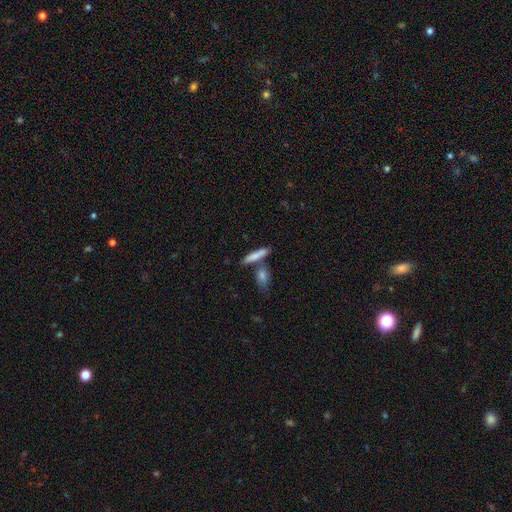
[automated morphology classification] Smooth or featured: smooth — 73% (featured or disk — 21%)
How rounded: cigar-shaped — 79% (in between — 18%)
Merging: none — 66% (merger — 20%)